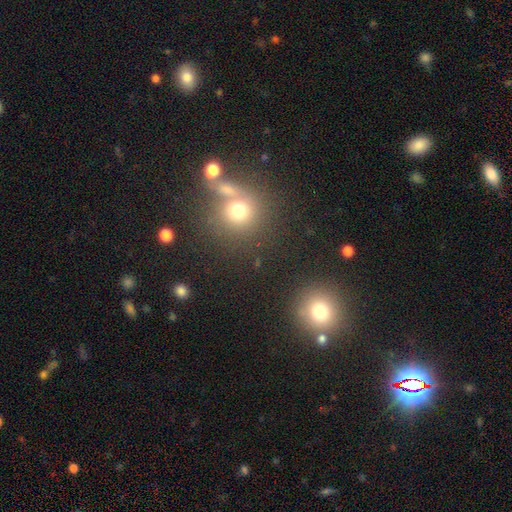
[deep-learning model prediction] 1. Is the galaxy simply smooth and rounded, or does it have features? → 51% smooth, 38% star or artifact, 10% featured or disk.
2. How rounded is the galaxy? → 91% round, 8% in between, 1% cigar-shaped.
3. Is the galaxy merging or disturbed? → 72% none, 16% merger, 8% minor disturbance, 4% major disturbance.